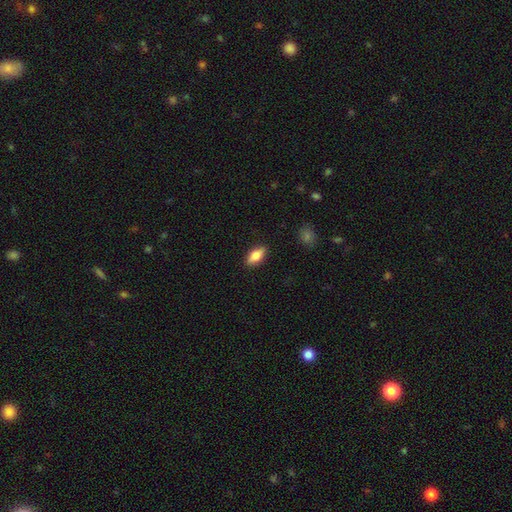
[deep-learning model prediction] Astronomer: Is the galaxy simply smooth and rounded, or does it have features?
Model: smooth — 74%.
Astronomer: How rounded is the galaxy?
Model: in between — 83%.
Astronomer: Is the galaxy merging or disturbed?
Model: none — 88%.